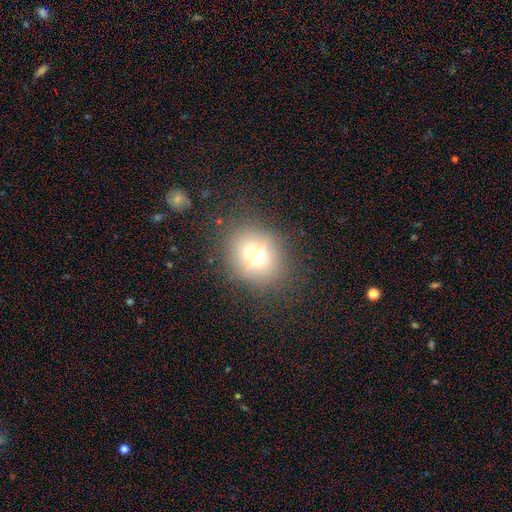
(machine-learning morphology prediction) Q: Smooth or featured?
A: smooth (61%); runner-up: featured or disk (20%)
Q: How rounded?
A: round (75%); runner-up: in between (24%)
Q: Merging?
A: none (77%); runner-up: minor disturbance (13%)